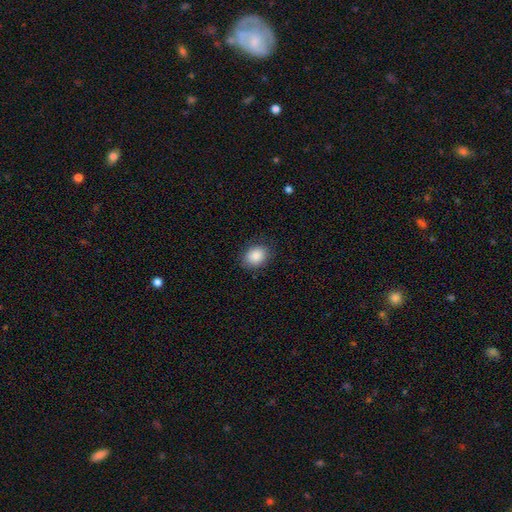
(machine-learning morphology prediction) smooth 88%, star or artifact 8%, featured or disk 5%. Down the decision tree: how rounded — in between (57%); merging — none (84%).